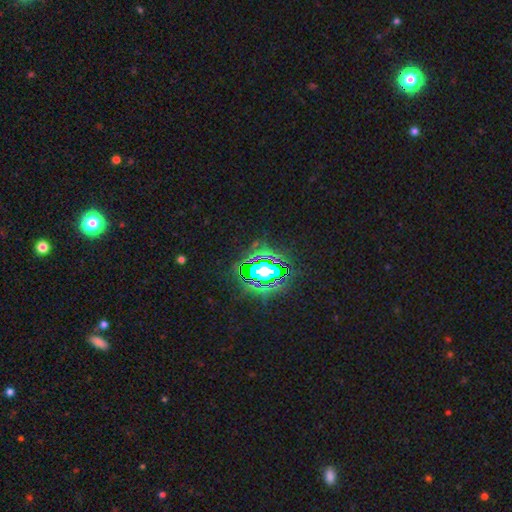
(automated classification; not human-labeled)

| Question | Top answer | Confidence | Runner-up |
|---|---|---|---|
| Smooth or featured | star or artifact | 82% | smooth (10%) |